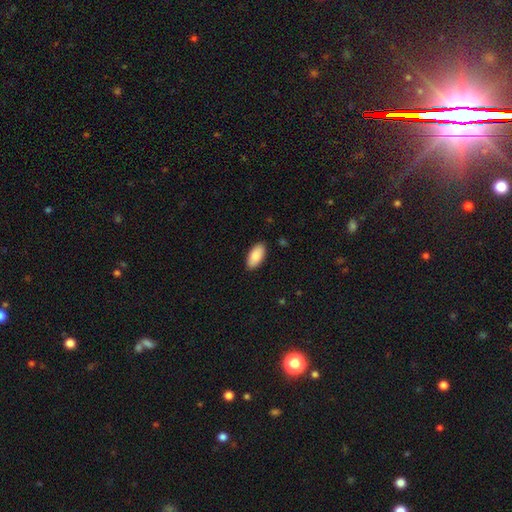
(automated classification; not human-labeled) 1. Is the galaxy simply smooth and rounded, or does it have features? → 89% smooth, 6% star or artifact, 5% featured or disk.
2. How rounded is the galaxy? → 93% in between, 5% cigar-shaped, 2% round.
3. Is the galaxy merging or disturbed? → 88% none, 9% minor disturbance, 2% major disturbance, 1% merger.